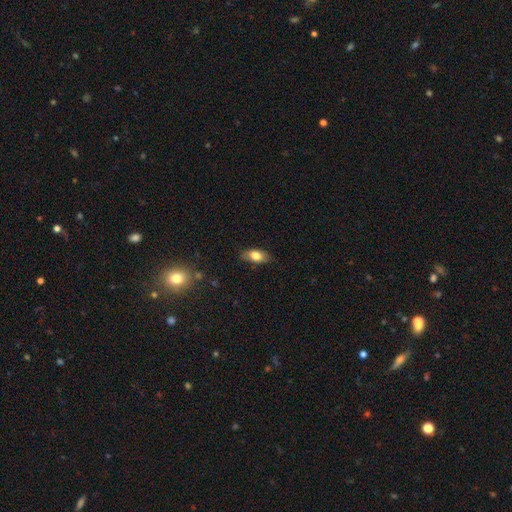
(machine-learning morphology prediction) The model was most divided on "smooth or featured": smooth: 78%, featured or disk: 14%, star or artifact: 8%. More confident: how rounded — in between (87%); merging — none (81%).